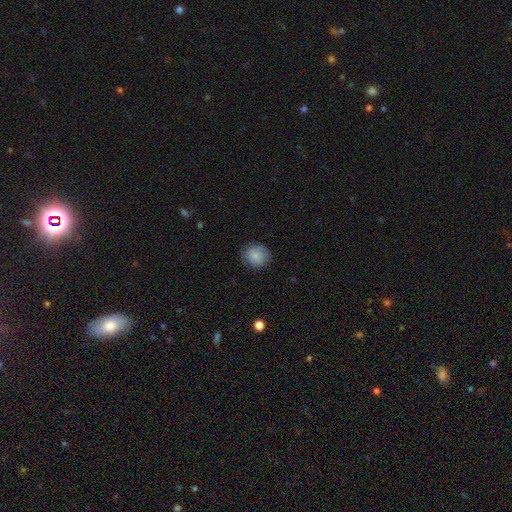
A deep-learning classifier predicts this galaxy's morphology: A smooth galaxy with no disk features (82%) that is round (83%). Merging: none (79%).